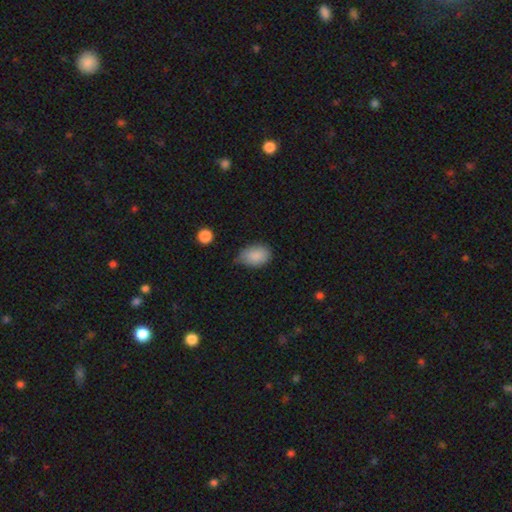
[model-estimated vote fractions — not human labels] Morphology: type=smooth (87%); roundness=in between (81%); merging=none (49%).